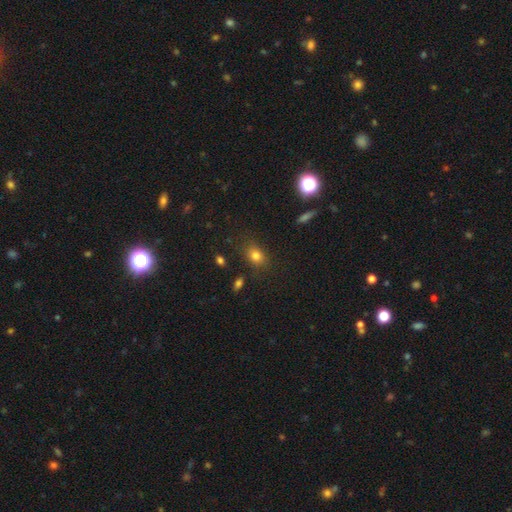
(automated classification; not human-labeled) The model was most divided on "how rounded": in between: 65%, round: 33%, cigar-shaped: 2%. More confident: smooth or featured — smooth (79%); merging — none (78%).